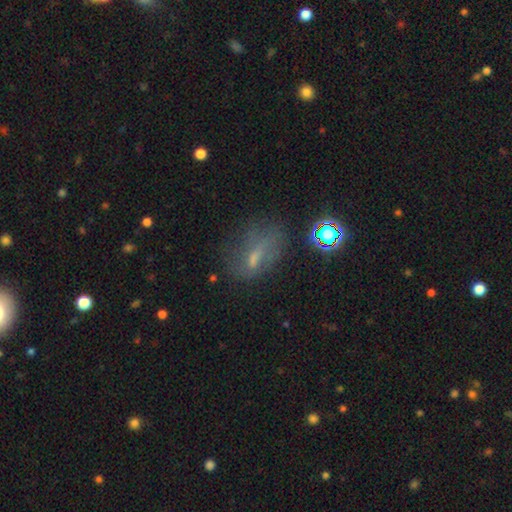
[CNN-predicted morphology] Smooth or featured: smooth — 39% (featured or disk — 32%)
Merging: none — 47% (minor disturbance — 24%)